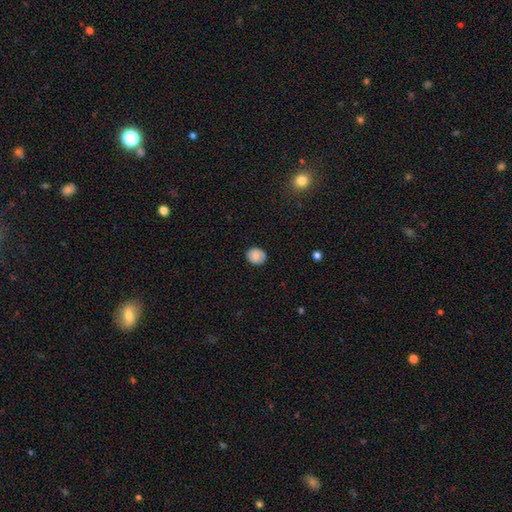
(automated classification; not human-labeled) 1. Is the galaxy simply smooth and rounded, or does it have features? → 82% smooth, 10% featured or disk, 8% star or artifact.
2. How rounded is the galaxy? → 65% round, 35% in between, 1% cigar-shaped.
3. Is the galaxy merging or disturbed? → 85% none, 11% minor disturbance, 2% major disturbance, 1% merger.